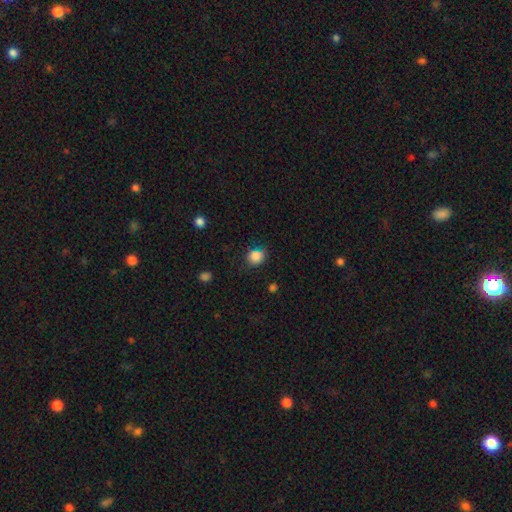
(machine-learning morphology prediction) Smooth or featured: smooth — 84% (star or artifact — 11%)
How rounded: round — 80% (in between — 19%)
Merging: none — 72% (minor disturbance — 20%)